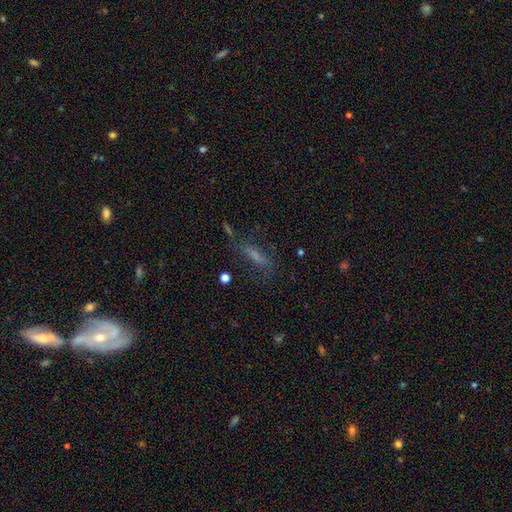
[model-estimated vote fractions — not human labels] Overall: smooth (49%; featured or disk 30%). Merging: none (58%; minor disturbance 20%).